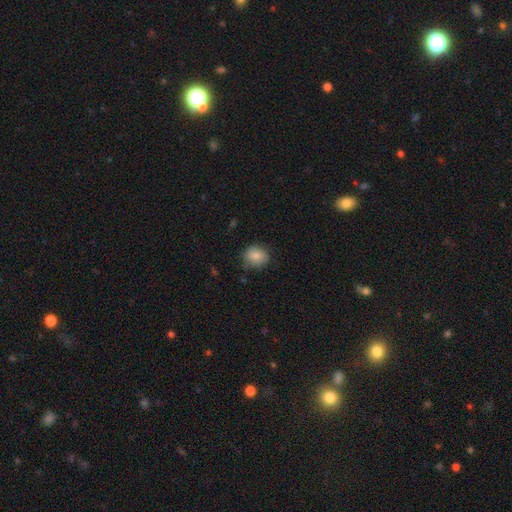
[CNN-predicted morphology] The model was most divided on "how rounded": round: 72%, in between: 27%, cigar-shaped: 1%. More confident: smooth or featured — smooth (81%); merging — none (74%).